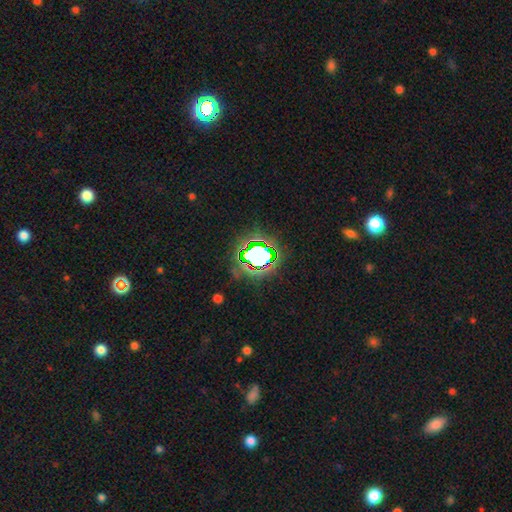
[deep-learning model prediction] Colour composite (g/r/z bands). It shows a star or artifact, not a galaxy (63%).